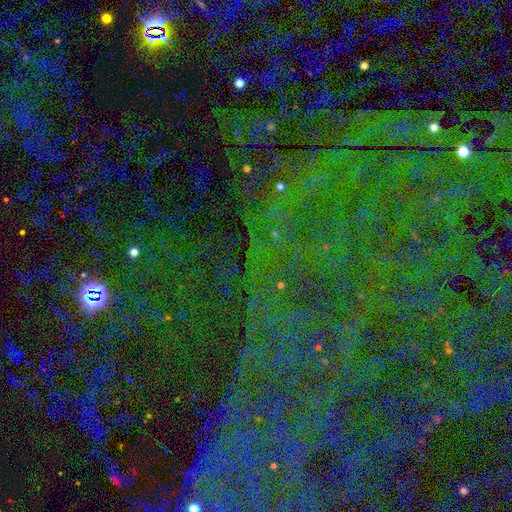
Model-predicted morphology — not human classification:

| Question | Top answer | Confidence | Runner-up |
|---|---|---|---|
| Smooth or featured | star or artifact | 83% | smooth (9%) |